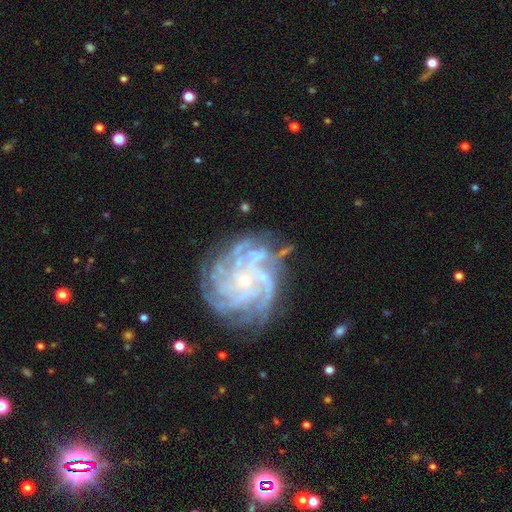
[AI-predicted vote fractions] smooth_or_featured: featured or disk (p=0.85) [alt: star or artifact p=0.09]
disk_edge_on: no (p=0.98) [alt: yes p=0.02]
bar: no (p=0.75) [alt: weak p=0.19]
has_spiral_arms: yes (p=0.96) [alt: no p=0.04]
spiral_winding: tight (p=0.62) [alt: medium p=0.31]
spiral_arm_count: more than 4 (p=0.30) [tied with: 4 p=0.30]
bulge_size: small (p=0.76) [alt: moderate p=0.18]
merging: none (p=0.64) [alt: minor disturbance p=0.19]